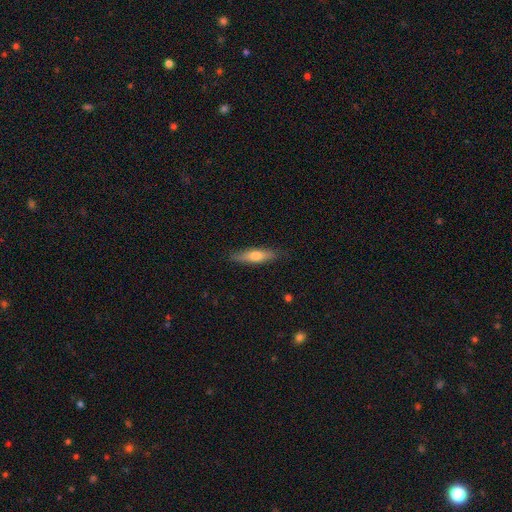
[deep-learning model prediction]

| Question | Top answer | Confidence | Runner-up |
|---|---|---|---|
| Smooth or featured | smooth | 59% | featured or disk (34%) |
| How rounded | cigar-shaped | 67% | in between (30%) |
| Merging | none | 85% | minor disturbance (12%) |